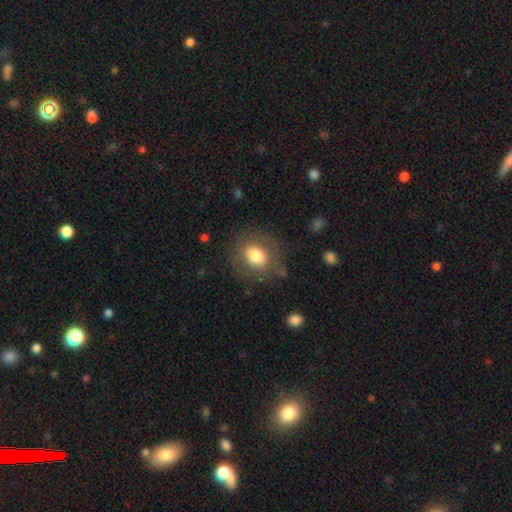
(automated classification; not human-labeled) smooth-or-featured: smooth: 75% | featured or disk: 16% | star or artifact: 9%
  how-rounded: round: 63% | in between: 36% | cigar-shaped: 1%
  merging: none: 76% | minor disturbance: 14% | major disturbance: 7% | merger: 2%